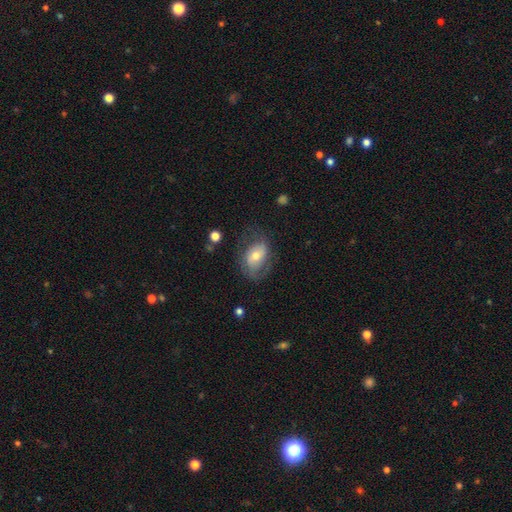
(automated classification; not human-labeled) smooth-or-featured: featured or disk: 46% (tied) | smooth: 46% (tied) | star or artifact: 8%
  merging: none: 59% | minor disturbance: 23% | major disturbance: 17% | merger: 2%